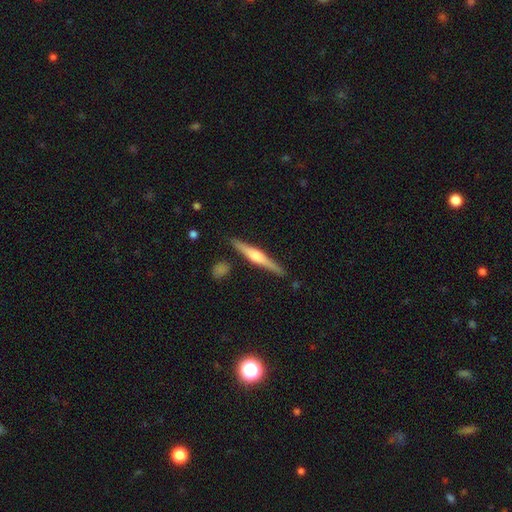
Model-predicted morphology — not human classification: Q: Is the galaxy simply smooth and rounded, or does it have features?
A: featured or disk — 71%.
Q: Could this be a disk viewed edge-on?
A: yes — 98%.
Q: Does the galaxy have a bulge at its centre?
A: rounded — 82%.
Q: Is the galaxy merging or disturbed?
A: none — 89%.